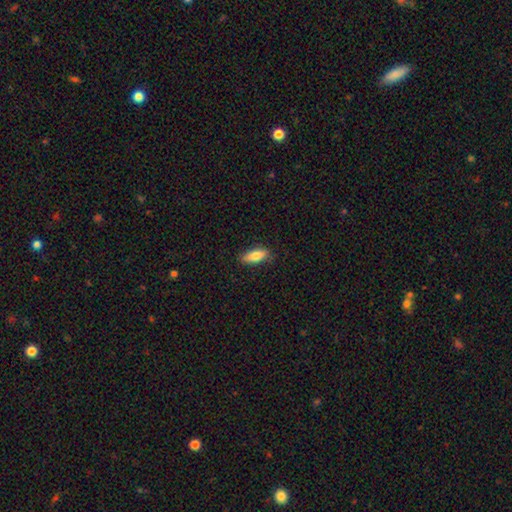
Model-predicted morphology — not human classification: Smooth or featured? smooth (80%)
How rounded? in between (76%)
Merging? none (84%)